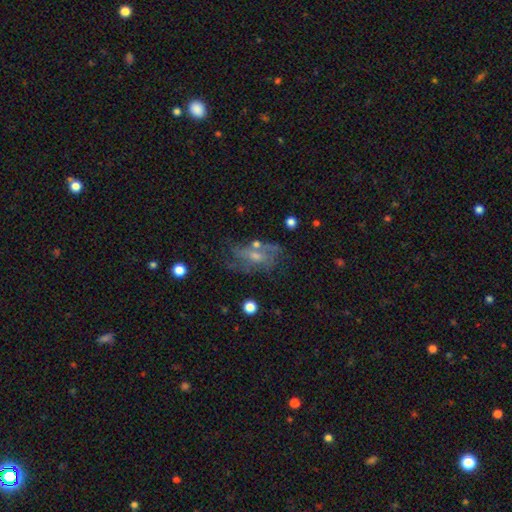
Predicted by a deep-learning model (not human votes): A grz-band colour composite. It shows a featured or disk galaxy (64%) with no bar (56%), spiral arms (67%) and a small central bulge (47%). Merging: none (47%).